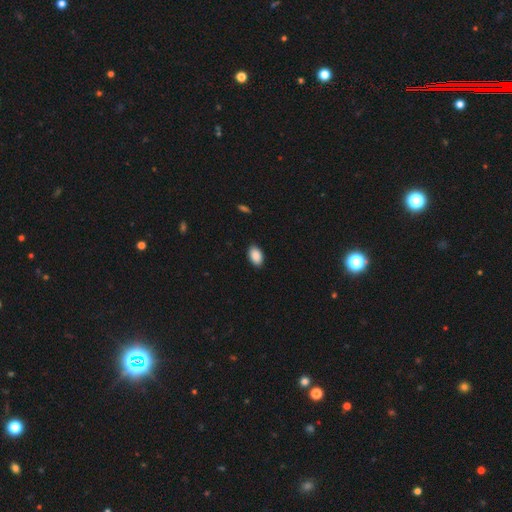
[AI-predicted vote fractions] Smooth or featured? Predicted: smooth (p=0.90). How rounded? Predicted: in between (p=0.91). Merging? Predicted: none (p=0.88).